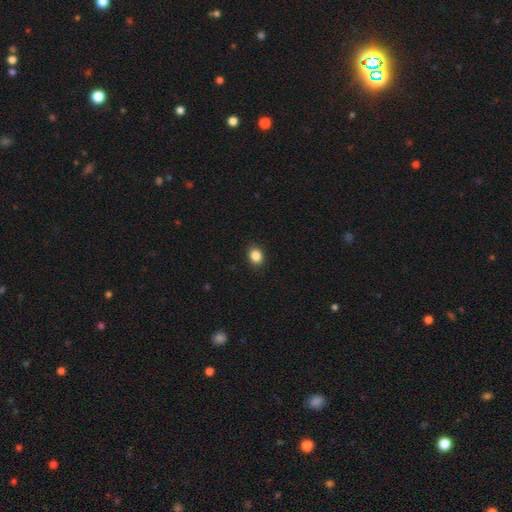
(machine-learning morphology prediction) A smooth galaxy with no disk features (86%) that is round (59%).

Vote fractions:
- Smooth or featured? smooth: 86% / star or artifact: 10% / featured or disk: 4%
- How rounded? round: 59% / in between: 40% / cigar-shaped: 1%
- Merging? none: 90% / minor disturbance: 7% / major disturbance: 2% / merger: 1%